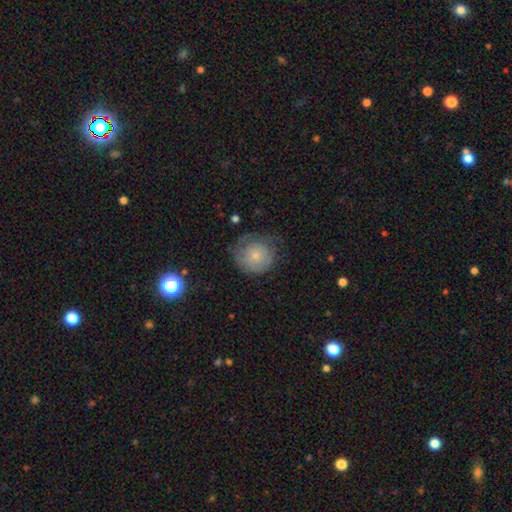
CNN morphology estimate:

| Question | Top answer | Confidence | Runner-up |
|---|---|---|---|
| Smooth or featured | smooth | 60% | featured or disk (32%) |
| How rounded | round | 88% | in between (11%) |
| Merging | none | 54% | minor disturbance (28%) |